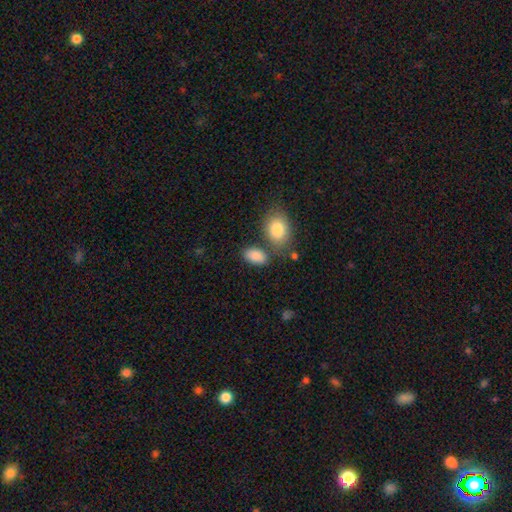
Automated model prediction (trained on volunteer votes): This is clearly a smooth galaxy (87%). How rounded: clearly in between (91%). Merging: likely none (66%).